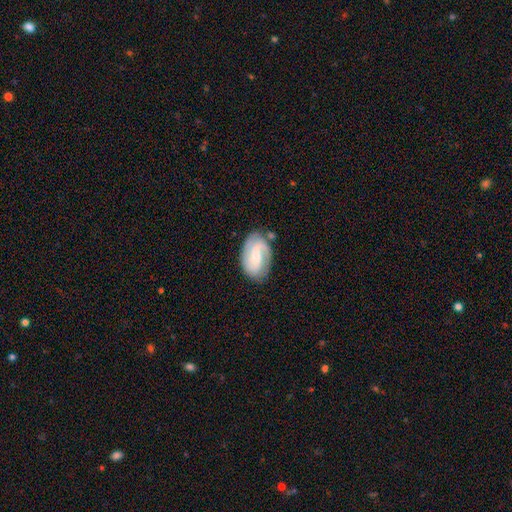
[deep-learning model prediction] A featured or disk galaxy (73%) with a weak bar (47%), 2 (71%) medium (45%) spiral arms (93%) and a small central bulge (61%).

Vote fractions:
- Smooth or featured? featured or disk: 73% / smooth: 21% / star or artifact: 6%
- Edge-on disk? no: 97% / yes: 3%
- Bar? weak: 47% / no: 35% / strong: 18%
- Spiral arms? yes: 93% / no: 7%
- Spiral winding? medium: 45% / tight: 31% / loose: 24%
- Spiral arm count? 2: 71% / can't tell: 11% / 3: 9% / 1: 6% / 4: 2% / more than 4: 2%
- Bulge size? small: 61% / moderate: 32% / none: 4% / large: 2% / dominant: 1%
- Merging? none: 72% / minor disturbance: 19% / major disturbance: 6% / merger: 4%